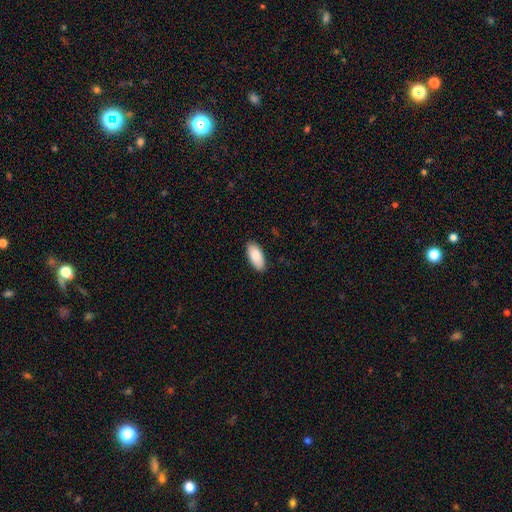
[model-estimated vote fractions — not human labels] Smooth or featured? Predicted: smooth (p=0.87). How rounded? Predicted: in between (p=0.92). Merging? Predicted: none (p=0.88).